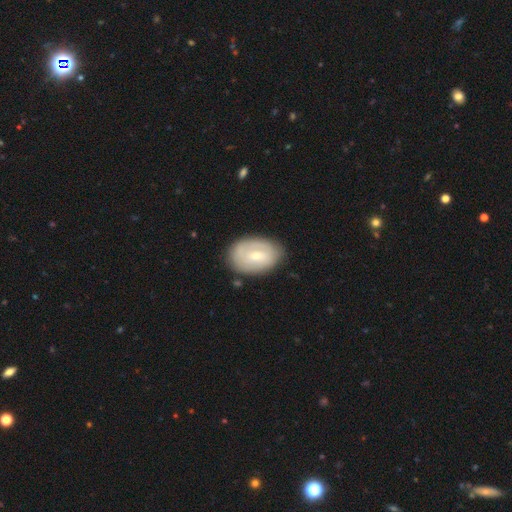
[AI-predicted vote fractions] Morphology: type=featured or disk (54%); edge-on=no (94%); bar=weak (49%); spiral arms=yes (59%); bulge=small (54%); merging=none (77%).